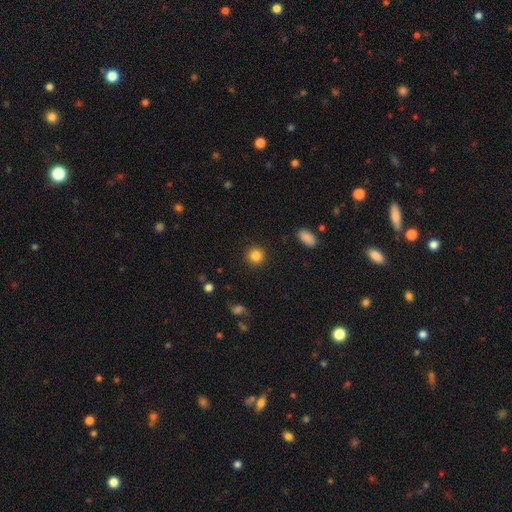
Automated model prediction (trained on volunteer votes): Q: Smooth or featured?
A: smooth (85%); runner-up: star or artifact (10%)
Q: How rounded?
A: round (93%); runner-up: in between (6%)
Q: Merging?
A: none (92%); runner-up: minor disturbance (5%)